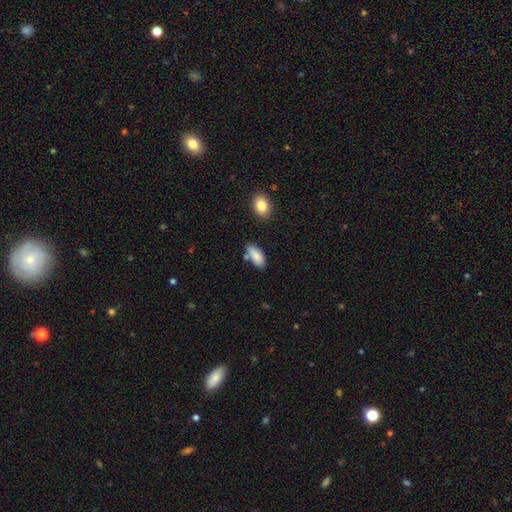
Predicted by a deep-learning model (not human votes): The model was most divided on "merging": none: 68%, minor disturbance: 19%, merger: 10%, major disturbance: 4%. More confident: how rounded — in between (89%); smooth or featured — smooth (84%).